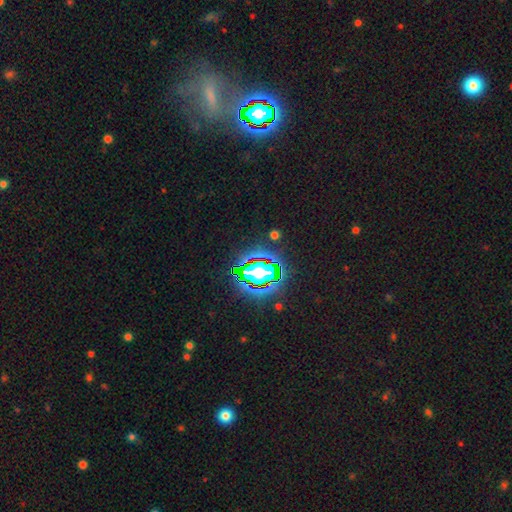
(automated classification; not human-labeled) This is clearly a star or artifact rather than a galaxy (82%).